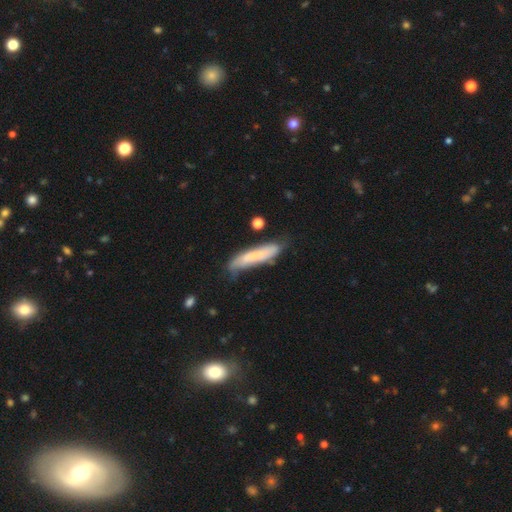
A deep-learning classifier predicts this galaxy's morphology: This is likely a smooth galaxy (65%). How rounded: likely cigar-shaped (79%). Merging: possibly none (56%).